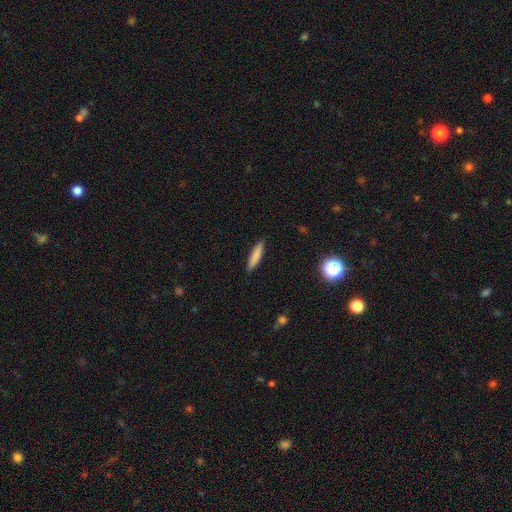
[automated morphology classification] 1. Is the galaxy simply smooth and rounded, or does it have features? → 82% smooth, 11% featured or disk, 7% star or artifact.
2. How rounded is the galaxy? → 84% cigar-shaped, 14% in between, 1% round.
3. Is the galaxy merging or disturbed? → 90% none, 8% minor disturbance, 2% major disturbance, 1% merger.